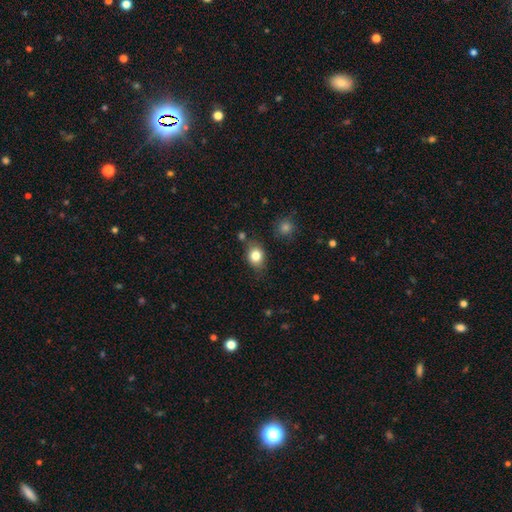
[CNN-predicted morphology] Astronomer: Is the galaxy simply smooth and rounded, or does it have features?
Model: smooth — 82%.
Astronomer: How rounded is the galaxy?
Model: in between — 54% (runner-up: round, 45%).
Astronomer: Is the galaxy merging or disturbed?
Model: none — 73%.